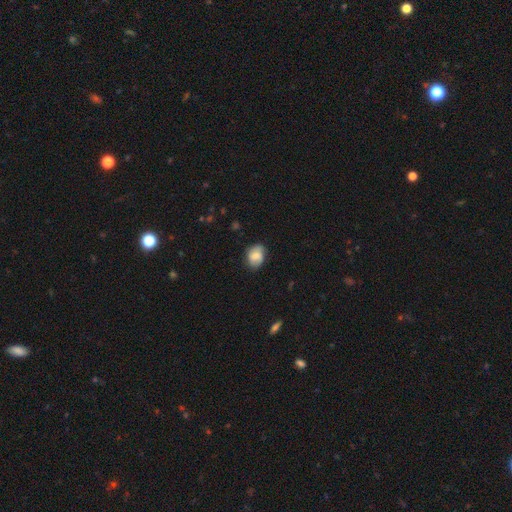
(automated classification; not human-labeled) smooth 66%, featured or disk 26%, star or artifact 8%. Down the decision tree: how rounded — in between (52%); merging — none (71%).